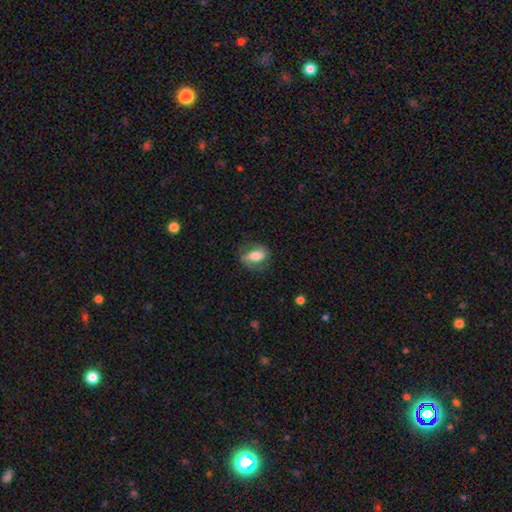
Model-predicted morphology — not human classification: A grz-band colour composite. It shows a smooth galaxy with no disk features (54%) that is in between round and cigar-shaped (79%). Merging: none (71%).